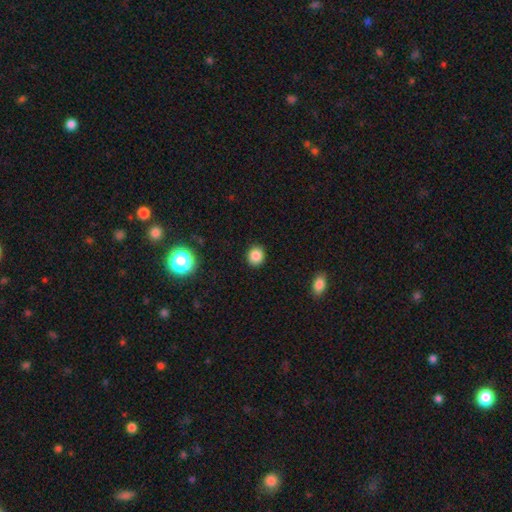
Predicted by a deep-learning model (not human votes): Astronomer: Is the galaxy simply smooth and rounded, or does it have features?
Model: smooth — 85%.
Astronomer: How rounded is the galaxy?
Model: round — 80%.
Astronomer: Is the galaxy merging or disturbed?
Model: none — 90%.